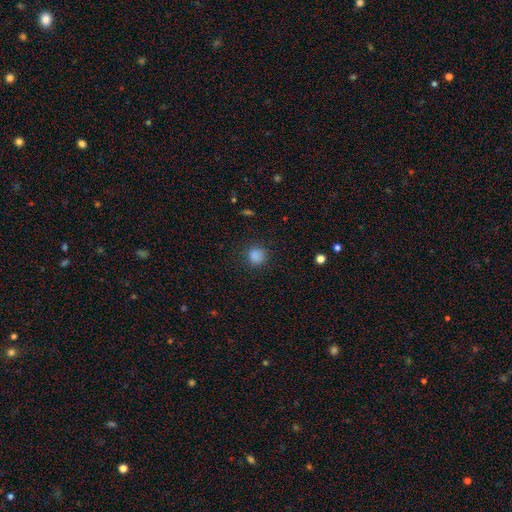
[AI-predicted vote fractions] smooth_or_featured: smooth (p=0.84) [alt: star or artifact p=0.12]
how_rounded: round (p=0.88) [alt: in between p=0.11]
merging: none (p=0.85) [alt: minor disturbance p=0.10]